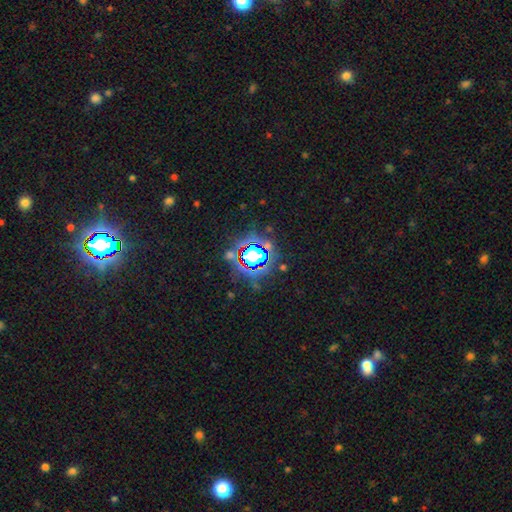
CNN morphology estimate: A star or artifact, not a galaxy (67%).

Vote fractions:
- Smooth or featured? star or artifact: 67% / smooth: 20% / featured or disk: 12%